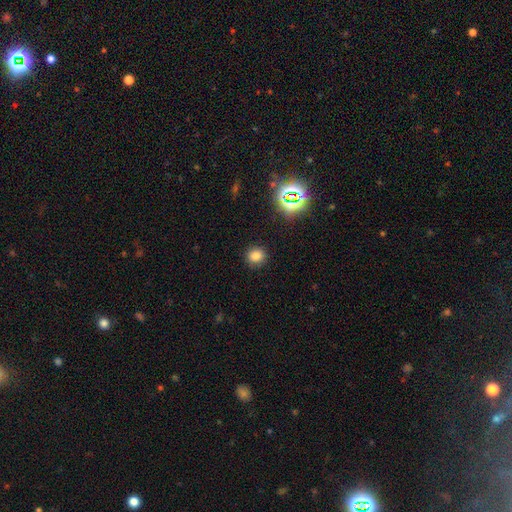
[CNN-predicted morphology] smooth_or_featured: smooth (p=0.77) [alt: star or artifact p=0.18]
how_rounded: round (p=0.82) [alt: in between p=0.17]
merging: none (p=0.89) [alt: minor disturbance p=0.07]